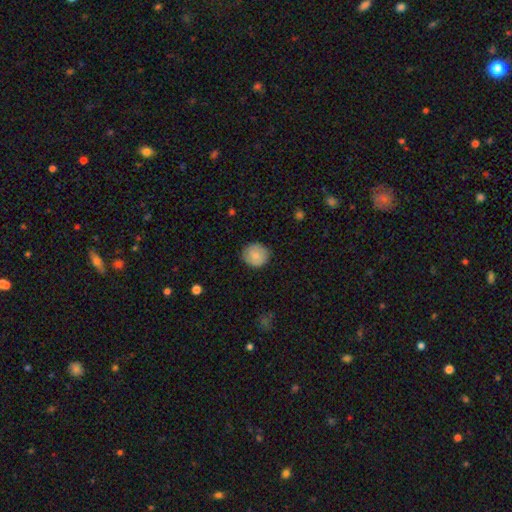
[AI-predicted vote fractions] Smooth or featured? smooth (82%)
How rounded? round (89%)
Merging? none (86%)